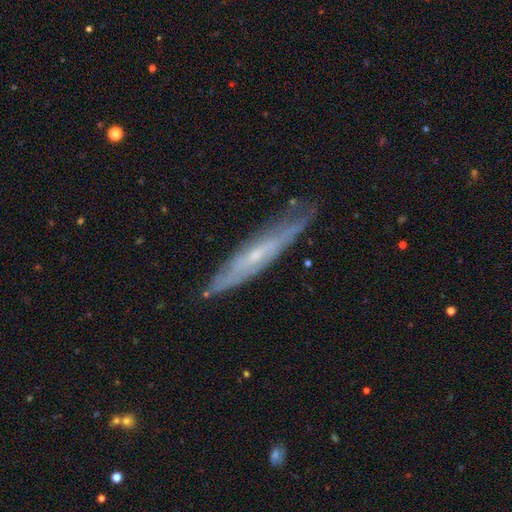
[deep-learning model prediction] Smooth or featured?
  - featured or disk: 70% *
  - smooth: 23%
  - star or artifact: 6%
Edge-on disk?
  - yes: 68% *
  - no: 32%
Merging?
  - none: 77% *
  - minor disturbance: 18%
  - major disturbance: 4%
  - merger: 2%